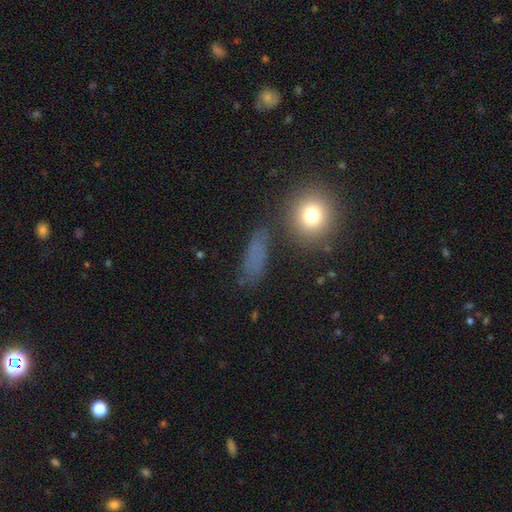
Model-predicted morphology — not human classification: type=smooth (58%); roundness=in between (53%); merging=none (68%).